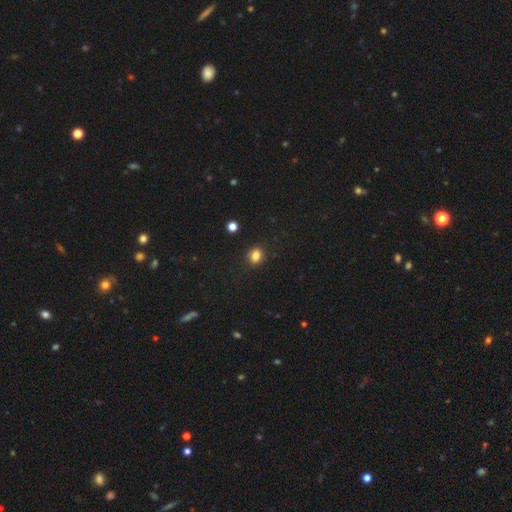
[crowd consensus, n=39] smooth_or_featured: smooth (p=0.82) [alt: star or artifact p=0.10]
how_rounded: in between (p=0.59) [alt: round p=0.41]
merging: none (p=0.94) [alt: merger p=0.06]